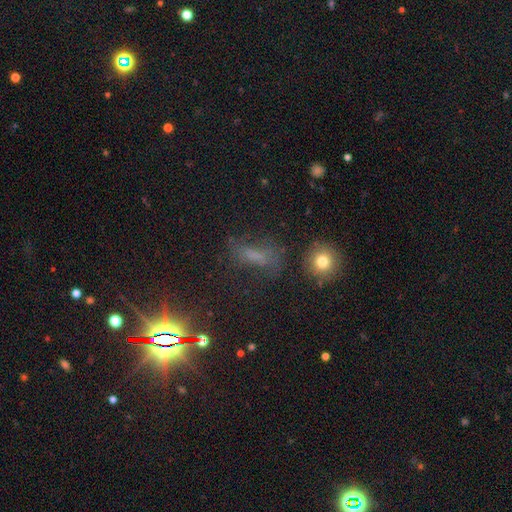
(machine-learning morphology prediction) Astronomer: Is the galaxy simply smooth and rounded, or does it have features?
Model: star or artifact — 38% (runner-up: smooth, 37%).